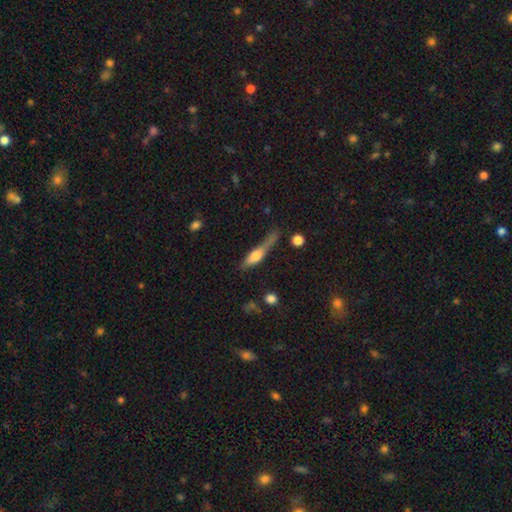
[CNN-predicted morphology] type=smooth (54%); roundness=cigar-shaped (73%); merging=none (40%).